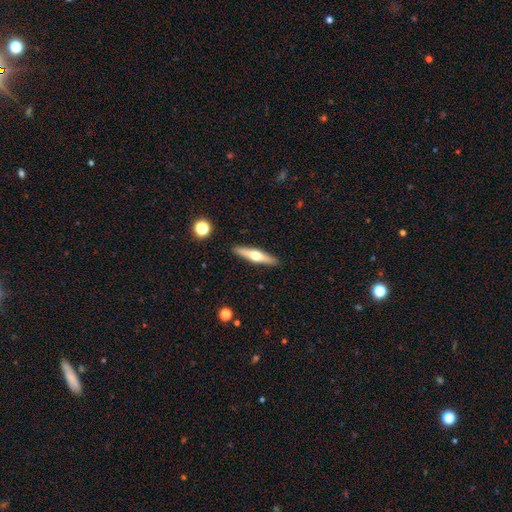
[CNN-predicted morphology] smooth_or_featured: featured or disk (p=0.59) [alt: smooth p=0.35]
disk_edge_on: yes (p=0.95) [alt: no p=0.05]
edge_on_bulge: rounded (p=0.94) [alt: none p=0.03]
merging: none (p=0.91) [alt: minor disturbance p=0.07]